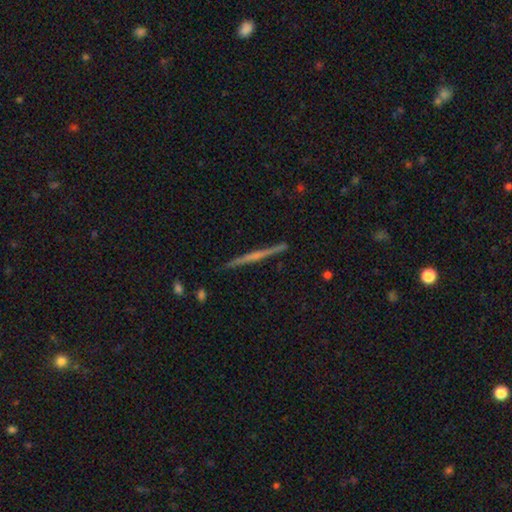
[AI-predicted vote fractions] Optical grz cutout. It shows a featured or disk galaxy (67%) viewed edge-on (98%) with no central bulge (59%). Merging: none (92%).